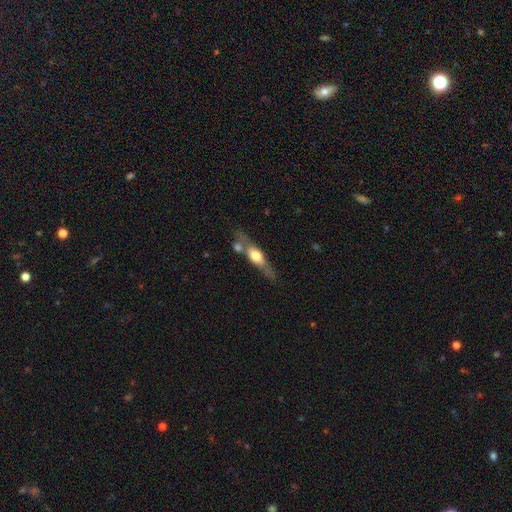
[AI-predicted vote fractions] Smooth or featured? Predicted: featured or disk (p=0.52). Edge-on disk? Predicted: yes (p=0.78). Merging? Predicted: none (p=0.50).